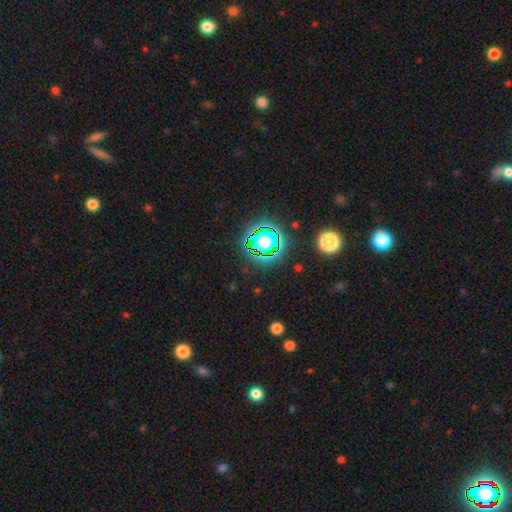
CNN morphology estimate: Overall: star or artifact (78%).